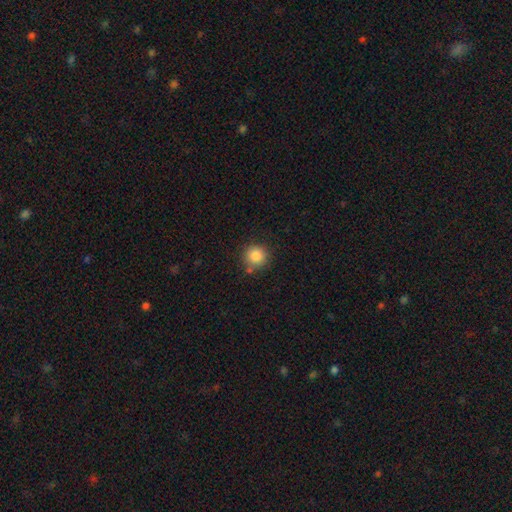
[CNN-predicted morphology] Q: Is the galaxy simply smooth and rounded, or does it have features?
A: smooth — 86%.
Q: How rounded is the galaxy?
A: round — 93%.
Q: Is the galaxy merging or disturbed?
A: none — 78%.